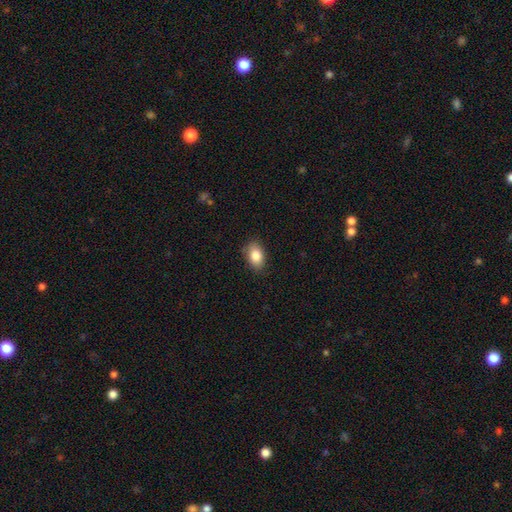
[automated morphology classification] smooth-or-featured: smooth: 84% | featured or disk: 8% | star or artifact: 8%
  how-rounded: in between: 85% | round: 13% | cigar-shaped: 1%
  merging: none: 82% | minor disturbance: 14% | major disturbance: 3% | merger: 1%